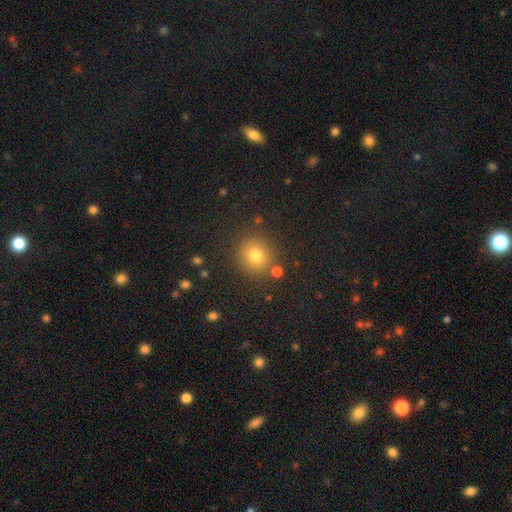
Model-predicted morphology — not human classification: smooth_or_featured: smooth (p=0.74) [alt: star or artifact p=0.19]
how_rounded: round (p=0.90) [alt: in between p=0.09]
merging: none (p=0.86) [alt: minor disturbance p=0.07]